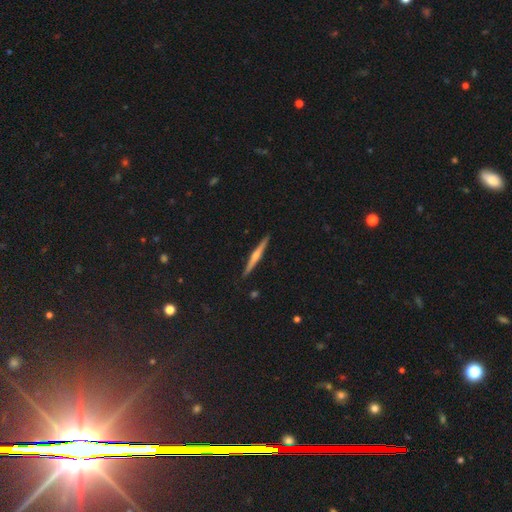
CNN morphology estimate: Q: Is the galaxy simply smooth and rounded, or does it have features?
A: featured or disk — 66%.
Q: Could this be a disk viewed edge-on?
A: yes — 98%.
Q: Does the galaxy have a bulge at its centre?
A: rounded — 77%.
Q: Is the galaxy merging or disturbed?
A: none — 91%.